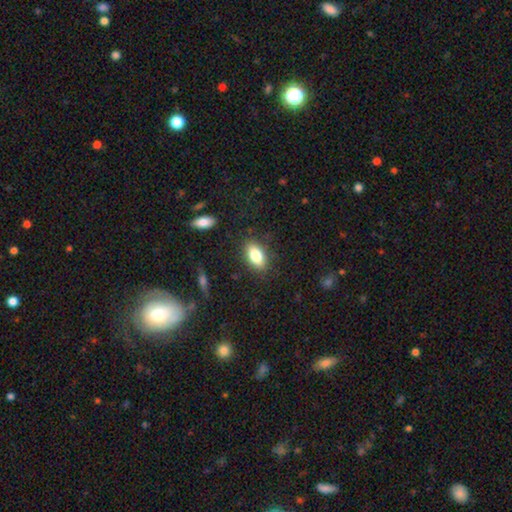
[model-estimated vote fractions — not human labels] Overall: smooth (82%). How rounded: in between (89%). Merging: none (84%).